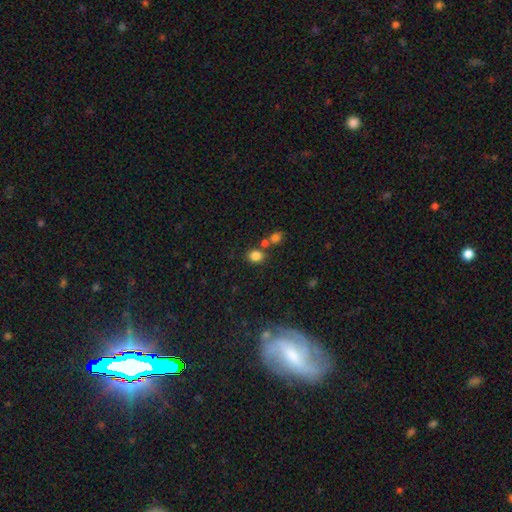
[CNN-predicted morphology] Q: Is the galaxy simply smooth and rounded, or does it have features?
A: smooth — 82%.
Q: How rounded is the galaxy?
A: round — 63%.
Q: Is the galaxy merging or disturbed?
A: none — 69%.